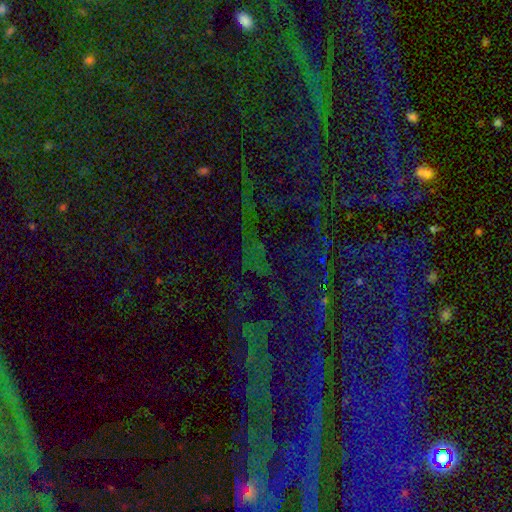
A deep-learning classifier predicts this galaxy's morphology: Smooth or featured? star or artifact (81%)